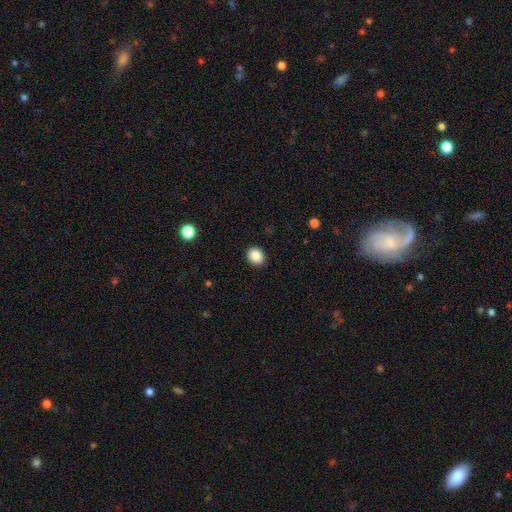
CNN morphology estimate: The model was most divided on "how rounded": round: 63%, in between: 36%, cigar-shaped: 1%. More confident: merging — none (91%); smooth or featured — smooth (88%).